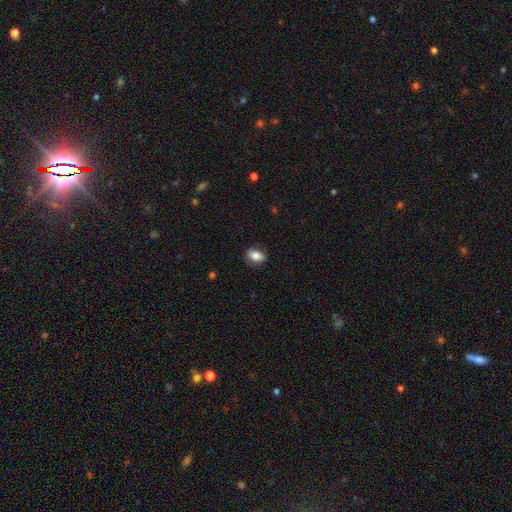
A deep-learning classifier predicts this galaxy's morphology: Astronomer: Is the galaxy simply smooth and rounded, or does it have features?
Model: smooth — 83%.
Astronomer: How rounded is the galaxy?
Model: in between — 84%.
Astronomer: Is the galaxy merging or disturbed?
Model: none — 84%.